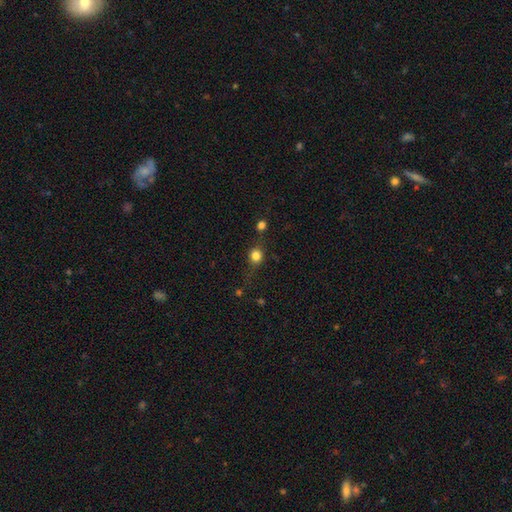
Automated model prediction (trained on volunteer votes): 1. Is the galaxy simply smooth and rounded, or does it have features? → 78% smooth, 12% star or artifact, 10% featured or disk.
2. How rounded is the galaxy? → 82% round, 16% in between, 2% cigar-shaped.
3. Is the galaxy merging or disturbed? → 62% none, 19% minor disturbance, 9% major disturbance, 9% merger.